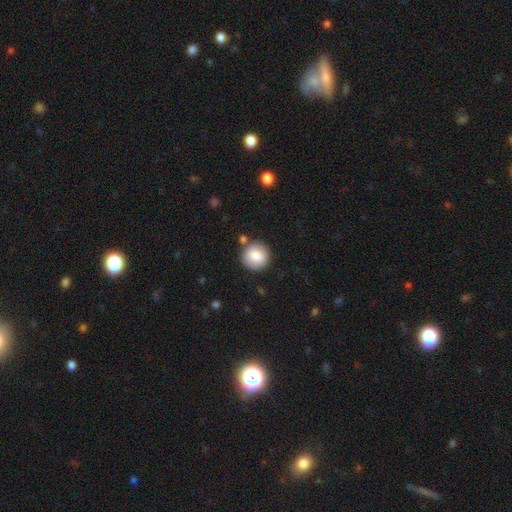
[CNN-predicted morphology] smooth 85%, featured or disk 8%, star or artifact 7%. Down the decision tree: how rounded — round (94%); merging — none (83%).